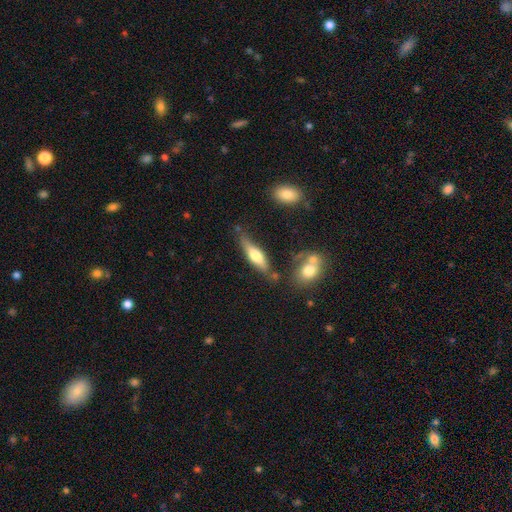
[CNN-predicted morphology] smooth_or_featured: smooth (p=0.48) [alt: featured or disk p=0.46]
merging: none (p=0.65) [alt: minor disturbance p=0.20]